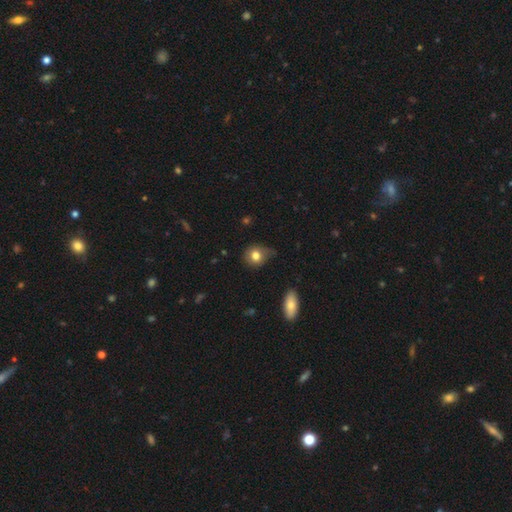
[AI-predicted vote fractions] Smooth or featured: smooth — 80% (featured or disk — 11%)
How rounded: round — 73% (in between — 26%)
Merging: none — 57% (minor disturbance — 32%)